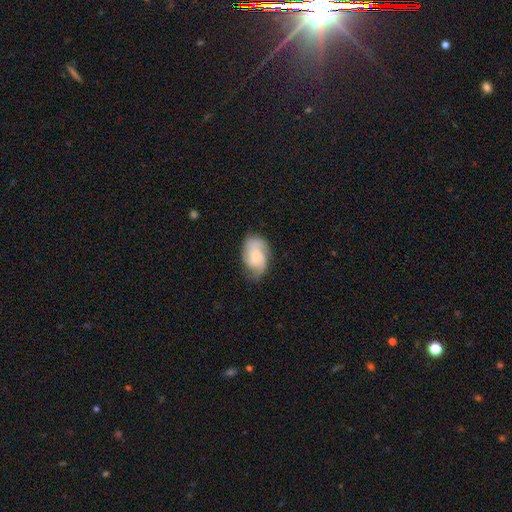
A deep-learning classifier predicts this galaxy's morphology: A featured or disk galaxy (50%).

Vote fractions:
- Smooth or featured? featured or disk: 50% / smooth: 43% / star or artifact: 7%
- Merging? none: 63% / minor disturbance: 26% / major disturbance: 9% / merger: 1%